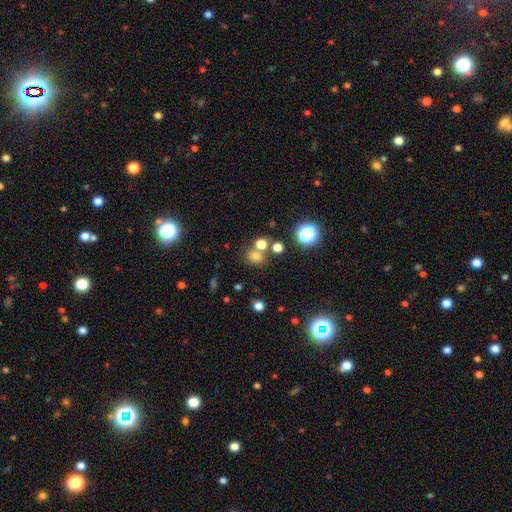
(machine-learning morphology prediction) The model was most divided on "how rounded": round: 70%, in between: 29%, cigar-shaped: 1%. More confident: smooth or featured — smooth (71%); merging — none (64%).